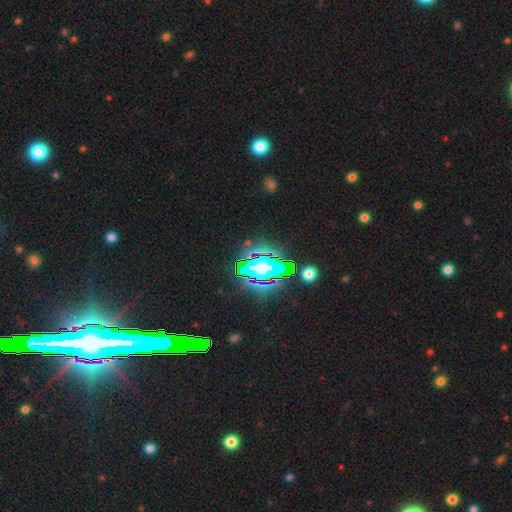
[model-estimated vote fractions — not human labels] A star or artifact, not a galaxy (82%).

Vote fractions:
- Smooth or featured? star or artifact: 82% / smooth: 9% / featured or disk: 9%